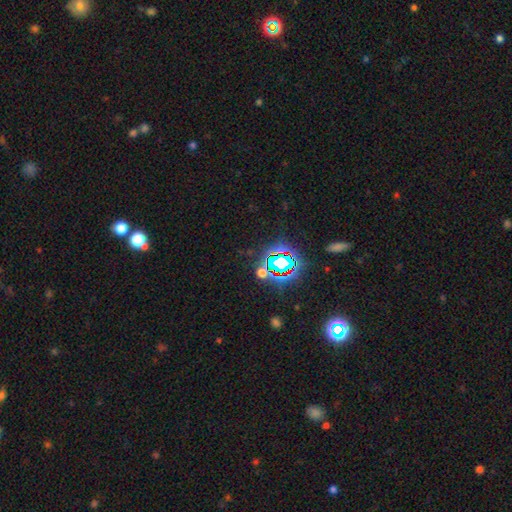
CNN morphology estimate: Smooth or featured? star or artifact (79%)